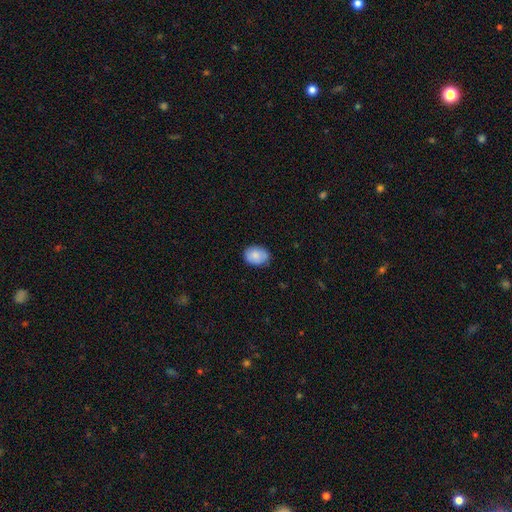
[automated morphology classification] smooth_or_featured: smooth (p=0.83) [alt: featured or disk p=0.10]
how_rounded: in between (p=0.65) [alt: round p=0.34]
merging: none (p=0.79) [alt: minor disturbance p=0.18]